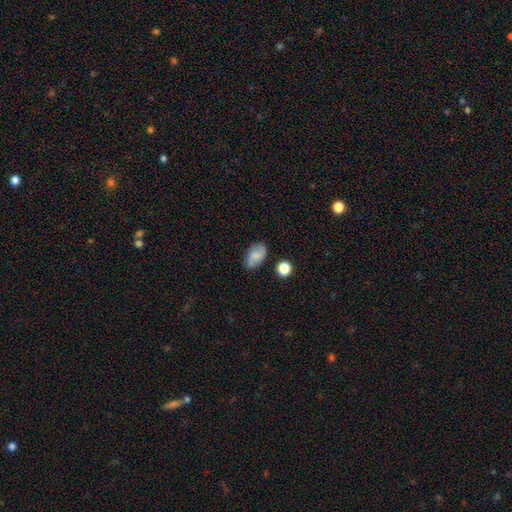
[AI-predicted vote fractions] smooth-or-featured: smooth: 66% | featured or disk: 24% | star or artifact: 10%
  how-rounded: in between: 87% | round: 11% | cigar-shaped: 2%
  merging: none: 73% | minor disturbance: 19% | major disturbance: 4% | merger: 3%